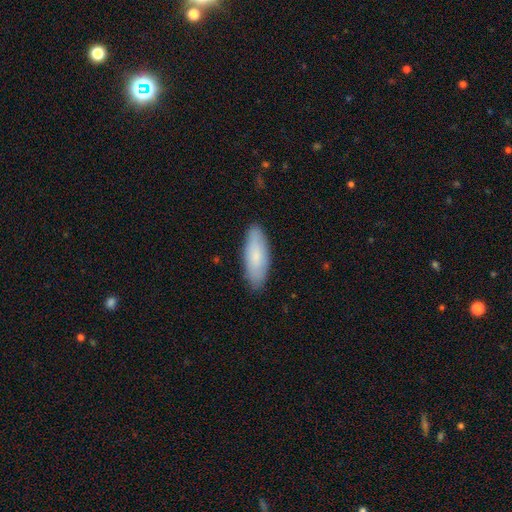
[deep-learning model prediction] Smooth or featured? Predicted: smooth (p=0.78). How rounded? Predicted: in between (p=0.66). Merging? Predicted: none (p=0.86).